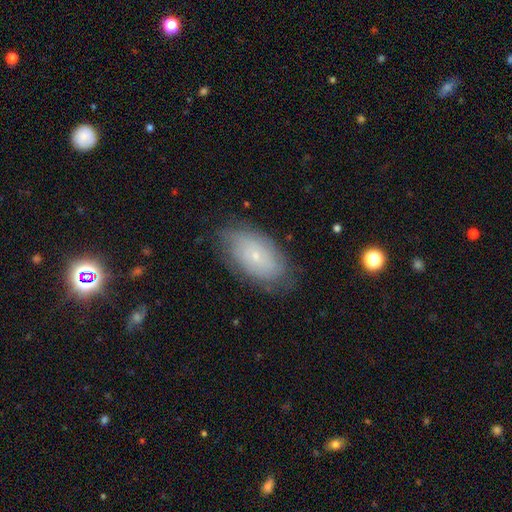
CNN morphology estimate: smooth_or_featured: featured or disk (p=0.49) [alt: smooth p=0.42]
merging: none (p=0.75) [alt: minor disturbance p=0.18]